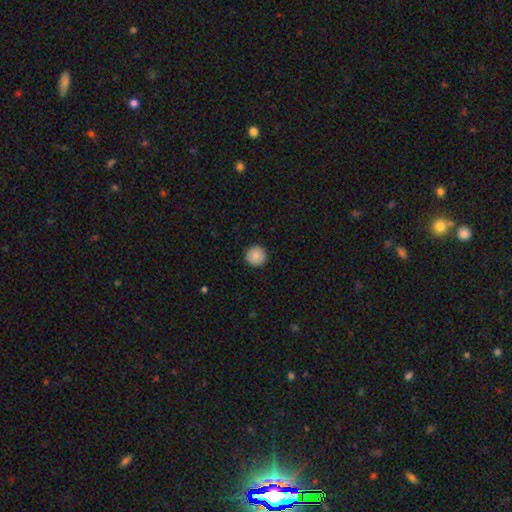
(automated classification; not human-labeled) This is clearly a smooth galaxy (87%). How rounded: clearly round (96%). Merging: clearly none (92%).